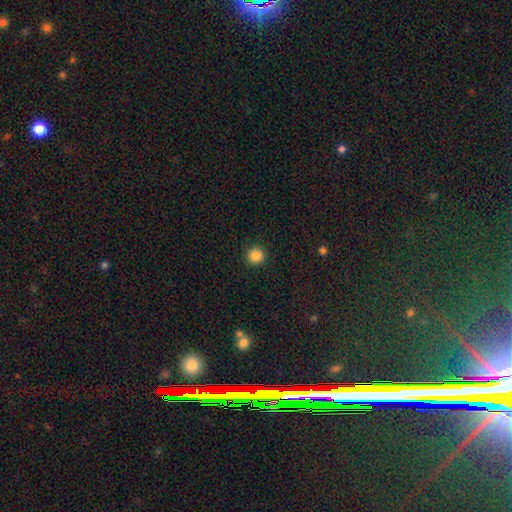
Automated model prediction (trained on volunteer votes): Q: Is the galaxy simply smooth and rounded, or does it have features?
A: smooth — 86%.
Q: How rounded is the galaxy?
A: round — 95%.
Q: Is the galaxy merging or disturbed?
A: none — 93%.